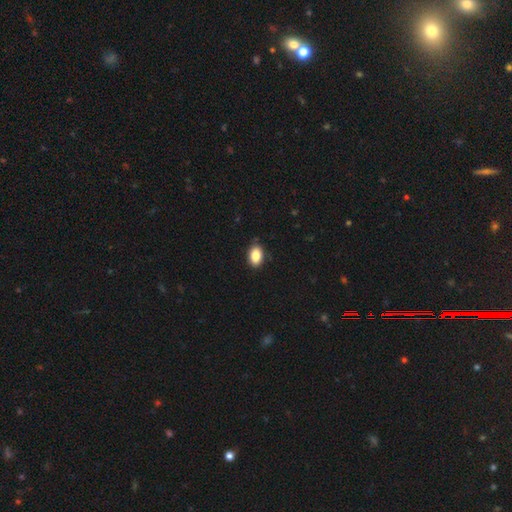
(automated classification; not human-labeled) Smooth or featured? Predicted: smooth (p=0.86). How rounded? Predicted: in between (p=0.89). Merging? Predicted: none (p=0.86).